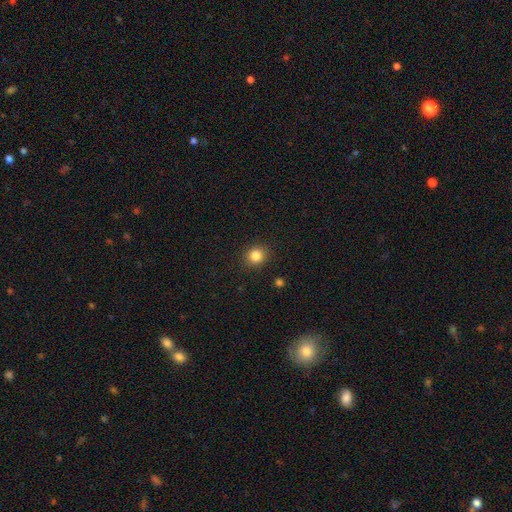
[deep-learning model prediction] A smooth galaxy with no disk features (84%) that is round (83%).

Vote fractions:
- Smooth or featured? smooth: 84% / star or artifact: 11% / featured or disk: 5%
- How rounded? round: 83% / in between: 16% / cigar-shaped: 1%
- Merging? none: 89% / minor disturbance: 7% / major disturbance: 2% / merger: 1%